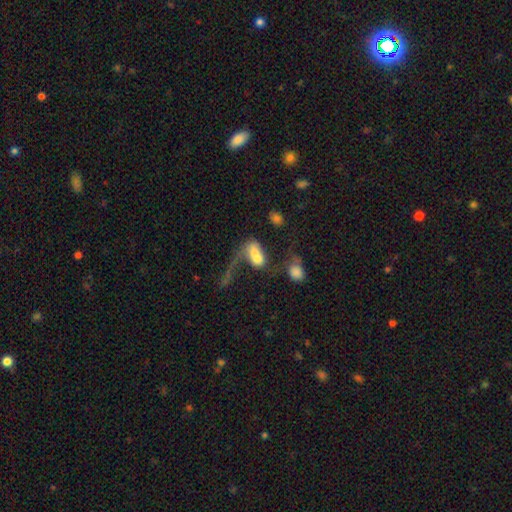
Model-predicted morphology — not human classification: Smooth or featured? Predicted: smooth (p=0.55). How rounded? Predicted: in between (p=0.75). Merging? Predicted: merger (p=0.60).